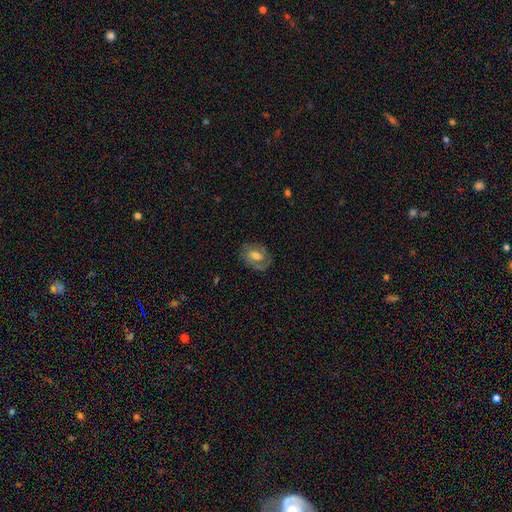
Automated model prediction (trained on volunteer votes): The model was most divided on "bar": weak: 44%, no: 42%, strong: 13%. More confident: edge-on disk — no (96%); spiral arms — yes (81%); merging — none (73%); bulge size — moderate (60%); smooth or featured — featured or disk (59%).